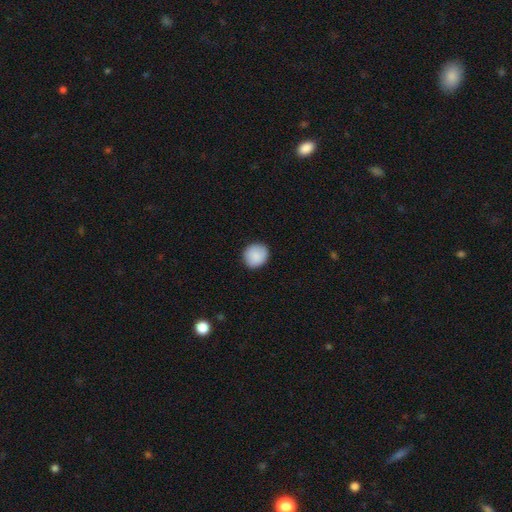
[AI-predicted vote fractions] Smooth or featured? smooth (88%)
How rounded? round (84%)
Merging? none (88%)